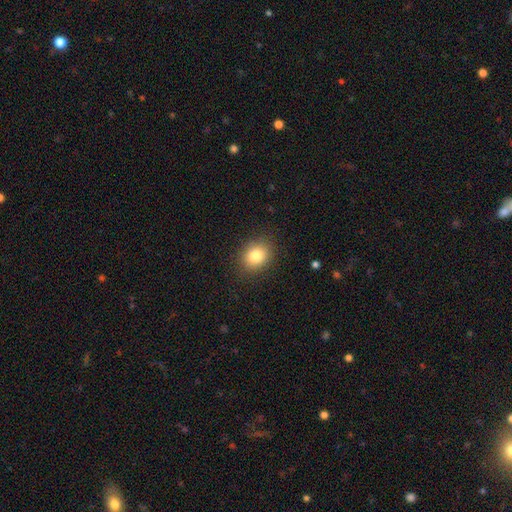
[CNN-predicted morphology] Smooth or featured: smooth — 82% (star or artifact — 10%)
How rounded: round — 57% (in between — 42%)
Merging: none — 87% (minor disturbance — 9%)